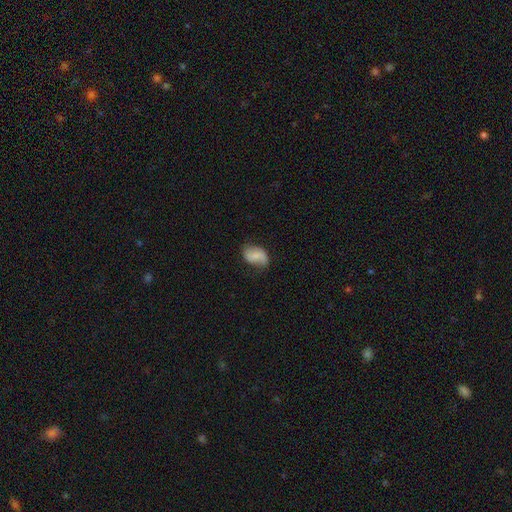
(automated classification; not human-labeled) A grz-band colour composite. It shows a smooth galaxy with no disk features (52%) that is in between round and cigar-shaped (86%). Merging: none (62%).